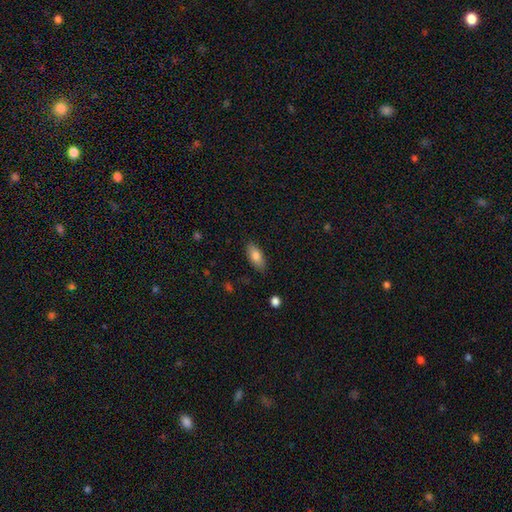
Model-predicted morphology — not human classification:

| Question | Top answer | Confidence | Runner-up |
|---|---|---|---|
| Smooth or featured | smooth | 80% | featured or disk (13%) |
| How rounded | in between | 85% | cigar-shaped (12%) |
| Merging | none | 84% | minor disturbance (12%) |